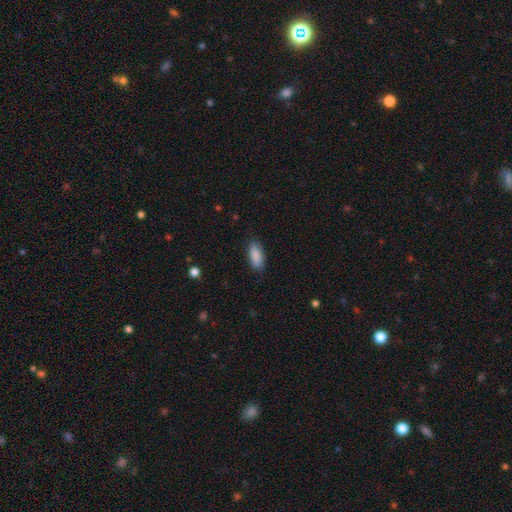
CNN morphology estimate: Smooth or featured?
  - smooth: 89% *
  - star or artifact: 6%
  - featured or disk: 5%
How rounded?
  - in between: 85% *
  - cigar-shaped: 13%
  - round: 2%
Merging?
  - none: 82% *
  - minor disturbance: 14%
  - major disturbance: 3%
  - merger: 1%